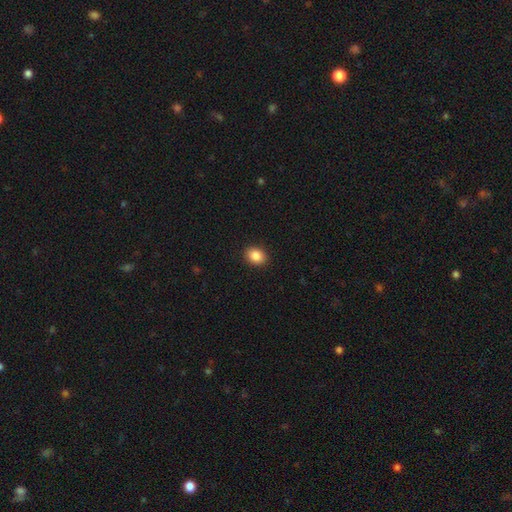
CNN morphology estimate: Q: Smooth or featured?
A: smooth (87%); runner-up: star or artifact (9%)
Q: How rounded?
A: in between (56%); runner-up: round (43%)
Q: Merging?
A: none (91%); runner-up: minor disturbance (6%)